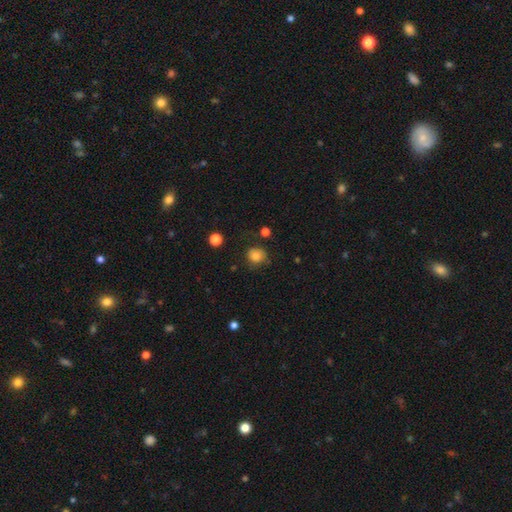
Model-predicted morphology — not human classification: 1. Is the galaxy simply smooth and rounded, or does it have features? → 83% smooth, 11% star or artifact, 6% featured or disk.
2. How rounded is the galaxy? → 78% round, 21% in between, 1% cigar-shaped.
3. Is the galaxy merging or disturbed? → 75% none, 17% minor disturbance, 6% major disturbance, 2% merger.